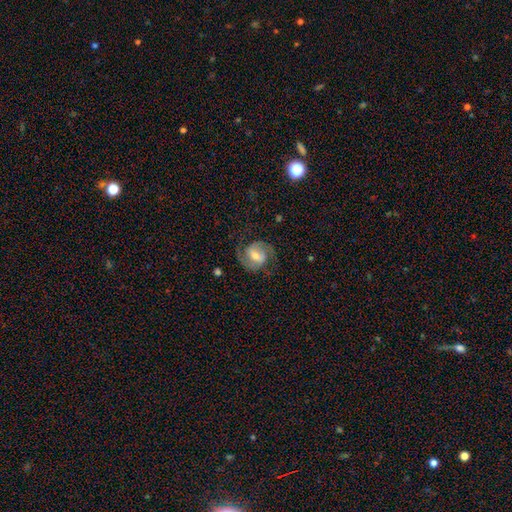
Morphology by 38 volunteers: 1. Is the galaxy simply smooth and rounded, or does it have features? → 84% featured or disk, 11% smooth, 5% star or artifact.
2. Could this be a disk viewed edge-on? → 100% no, 0% yes.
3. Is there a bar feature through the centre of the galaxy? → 53% weak, 25% no, 22% strong.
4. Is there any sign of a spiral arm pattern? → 91% yes, 9% no.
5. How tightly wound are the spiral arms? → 62% medium, 24% tight, 14% loose.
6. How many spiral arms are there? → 97% 2, 3% can't tell, 0% 1, 0% 3, 0% 4, 0% more than 4.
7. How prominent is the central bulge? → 66% moderate, 31% small, 3% large, 0% dominant, 0% none.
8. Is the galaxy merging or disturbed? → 72% none, 17% minor disturbance, 11% major disturbance, 0% merger.